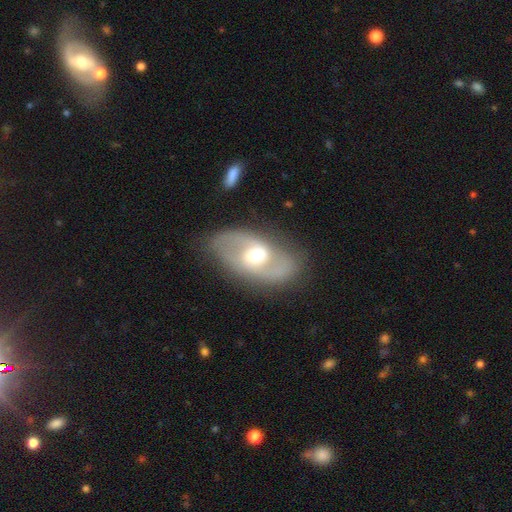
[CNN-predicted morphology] Smooth or featured?
  - featured or disk: 76% *
  - smooth: 18%
  - star or artifact: 6%
Edge-on disk?
  - no: 94% *
  - yes: 6%
Bar?
  - weak: 48% *
  - no: 34%
  - strong: 18%
Spiral arms?
  - yes: 85% *
  - no: 15%
Spiral winding?
  - medium: 47% *
  - loose: 36%
  - tight: 17%
Spiral arm count?
  - 2: 86% *
  - can't tell: 7%
  - 1: 4%
  - 3: 1%
  - 4: 1%
  - more than 4: 1%
Bulge size?
  - moderate: 67% *
  - small: 22%
  - large: 9%
  - dominant: 1%
  - none: 1%
Merging?
  - none: 77% *
  - minor disturbance: 14%
  - major disturbance: 7%
  - merger: 2%